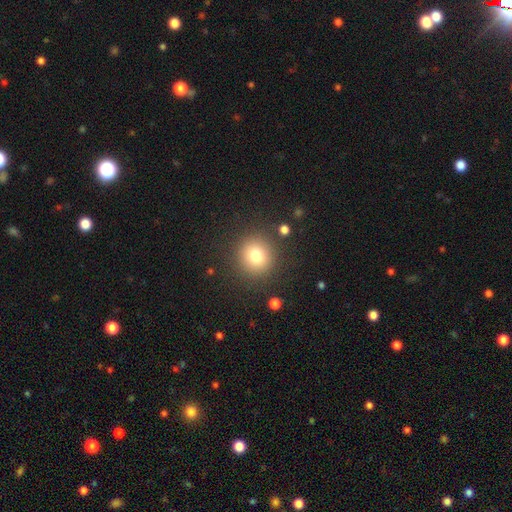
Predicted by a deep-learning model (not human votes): The model was most divided on "smooth or featured": smooth: 77%, star or artifact: 14%, featured or disk: 9%. More confident: how rounded — round (93%); merging — none (88%).